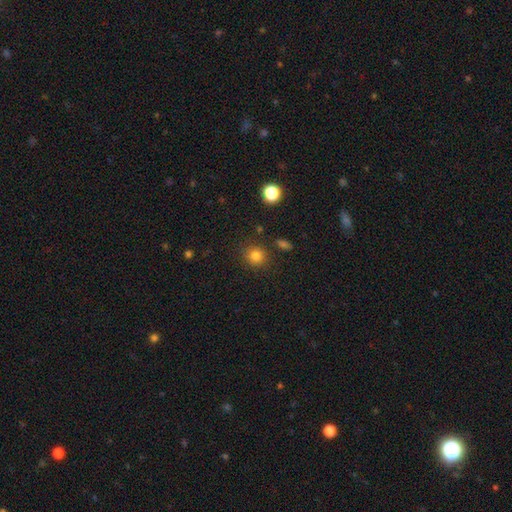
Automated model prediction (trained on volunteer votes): Q: Smooth or featured?
A: smooth (81%); runner-up: star or artifact (13%)
Q: How rounded?
A: round (88%); runner-up: in between (11%)
Q: Merging?
A: none (85%); runner-up: minor disturbance (9%)